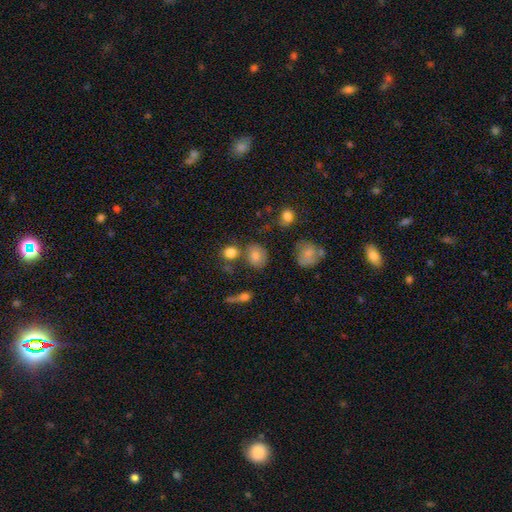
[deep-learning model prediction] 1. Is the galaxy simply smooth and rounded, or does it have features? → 76% smooth, 13% star or artifact, 10% featured or disk.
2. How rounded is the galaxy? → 64% round, 35% in between, 1% cigar-shaped.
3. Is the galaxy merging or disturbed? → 67% none, 15% minor disturbance, 13% merger, 6% major disturbance.